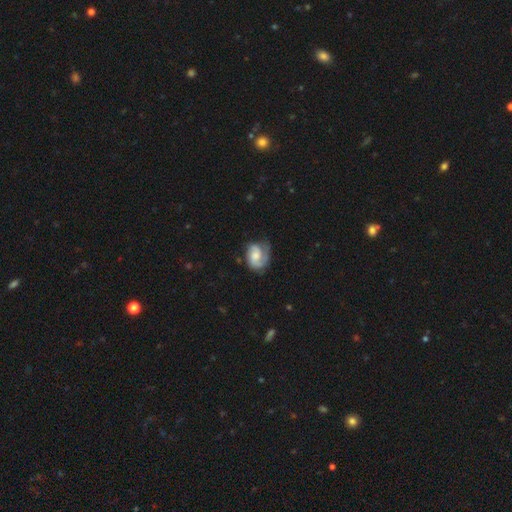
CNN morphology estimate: Q: Smooth or featured?
A: featured or disk (66%); runner-up: smooth (28%)
Q: Edge-on disk?
A: no (98%); runner-up: yes (2%)
Q: Bar?
A: no (62%); runner-up: weak (32%)
Q: Spiral arms?
A: yes (91%); runner-up: no (9%)
Q: Spiral winding?
A: medium (41%); runner-up: tight (38%)
Q: Spiral arm count?
A: 2 (53%); runner-up: 1 (30%)
Q: Bulge size?
A: moderate (41%); runner-up: small (27%)
Q: Merging?
A: none (55%); runner-up: minor disturbance (27%)